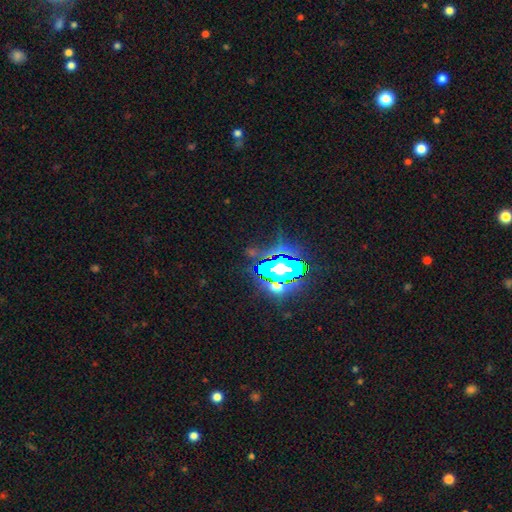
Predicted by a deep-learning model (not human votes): Q: Smooth or featured?
A: star or artifact (79%); runner-up: smooth (11%)